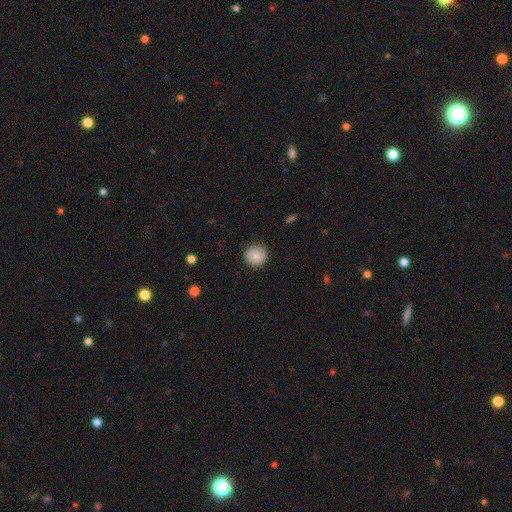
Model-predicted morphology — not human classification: This is clearly a smooth galaxy (82%). How rounded: clearly round (92%). Merging: clearly none (87%).